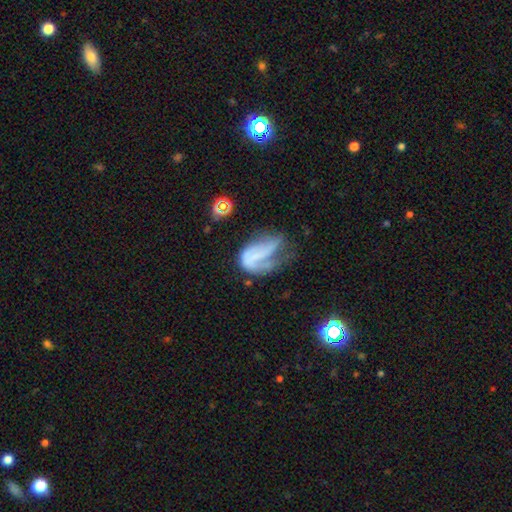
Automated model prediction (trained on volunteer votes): This is possibly a featured or disk galaxy (57%). It is clearly not viewed edge-on (96%). Bar: possibly no (56%). Spiral arm pattern: possibly yes (60%). Central bulge: likely none (63%). Merging: possibly major disturbance (49%).